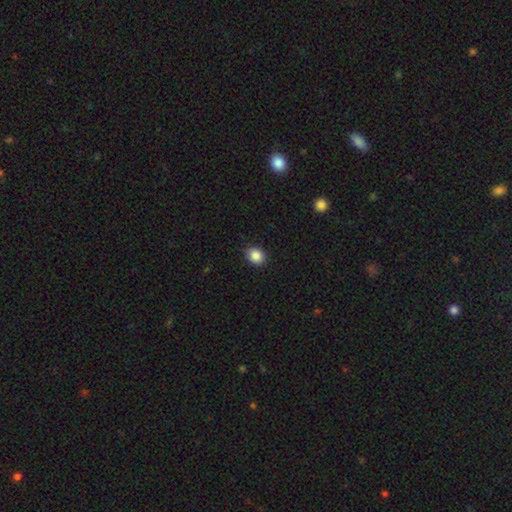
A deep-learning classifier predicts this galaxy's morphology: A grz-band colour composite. It shows a smooth galaxy with no disk features (87%) that is round (59%). Merging: none (88%).